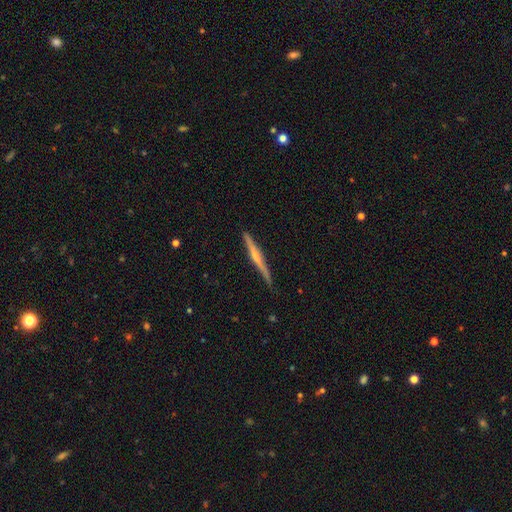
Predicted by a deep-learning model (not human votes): Smooth or featured?
  - featured or disk: 70% *
  - smooth: 25%
  - star or artifact: 5%
Edge-on disk?
  - yes: 98% *
  - no: 2%
Edge-on bulge?
  - rounded: 62% *
  - none: 30%
  - boxy: 9%
Merging?
  - none: 86% *
  - minor disturbance: 11%
  - major disturbance: 2%
  - merger: 1%